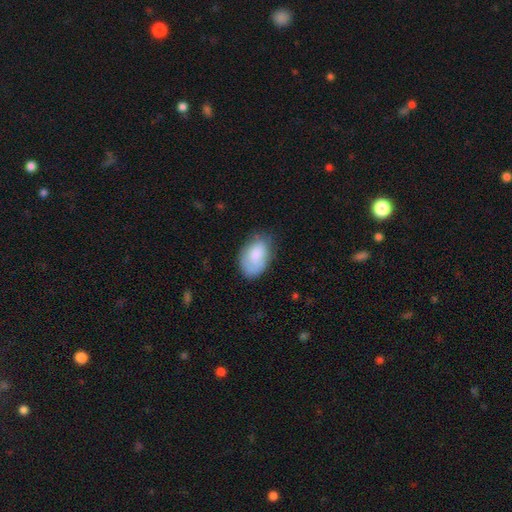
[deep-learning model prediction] Morphology: type=smooth (76%); roundness=in between (91%); merging=none (64%).